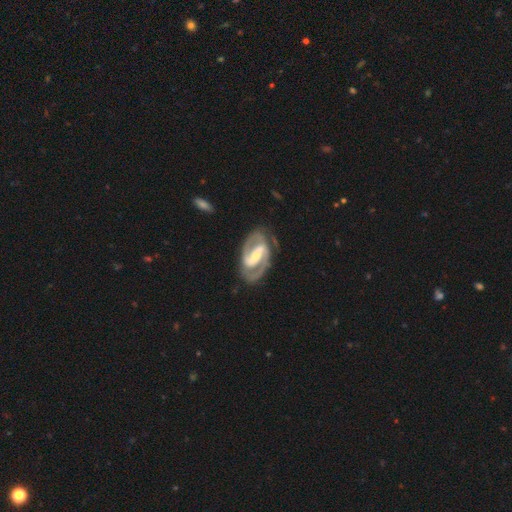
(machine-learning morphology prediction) Smooth or featured: featured or disk — 90% (smooth — 6%)
Edge-on disk: no — 97% (yes — 3%)
Bar: strong — 64% (weak — 26%)
Spiral arms: yes — 96% (no — 4%)
Spiral winding: medium — 49% (tight — 40%)
Spiral arm count: 2 — 91% (can't tell — 3%)
Bulge size: small — 51% (moderate — 41%)
Merging: none — 78% (minor disturbance — 15%)